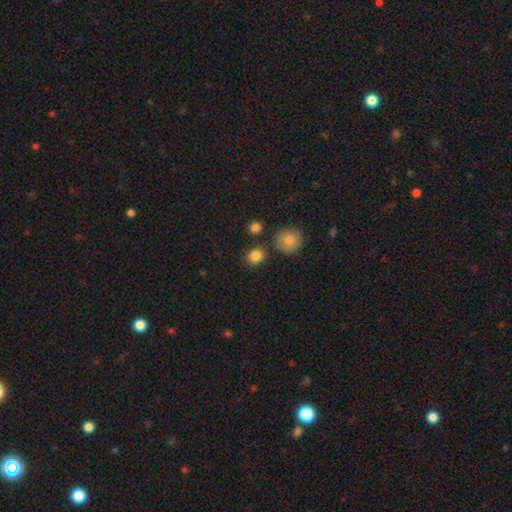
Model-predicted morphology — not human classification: The model was most divided on "how rounded": round: 77%, in between: 22%, cigar-shaped: 1%. More confident: smooth or featured — smooth (84%); merging — none (82%).